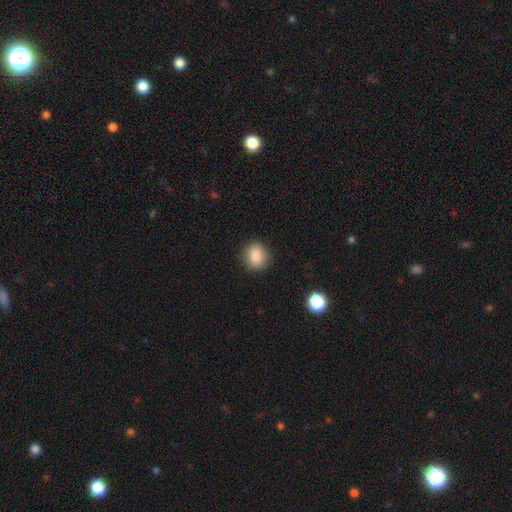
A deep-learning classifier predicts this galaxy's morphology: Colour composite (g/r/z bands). It shows a smooth galaxy with no disk features (85%) that is round (82%). Merging: none (89%).